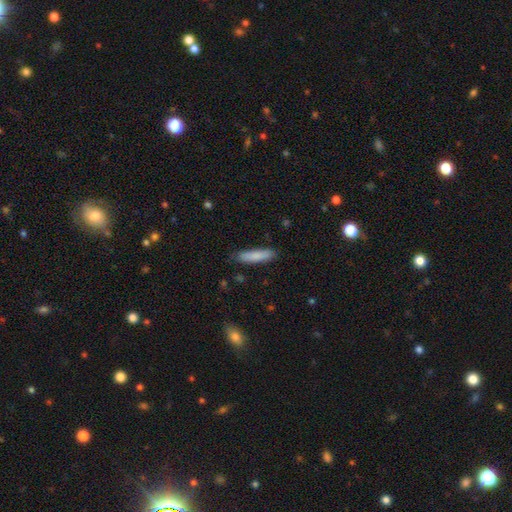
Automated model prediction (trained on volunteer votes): Q: Smooth or featured?
A: smooth (84%); runner-up: featured or disk (10%)
Q: How rounded?
A: cigar-shaped (75%); runner-up: in between (23%)
Q: Merging?
A: none (85%); runner-up: minor disturbance (12%)